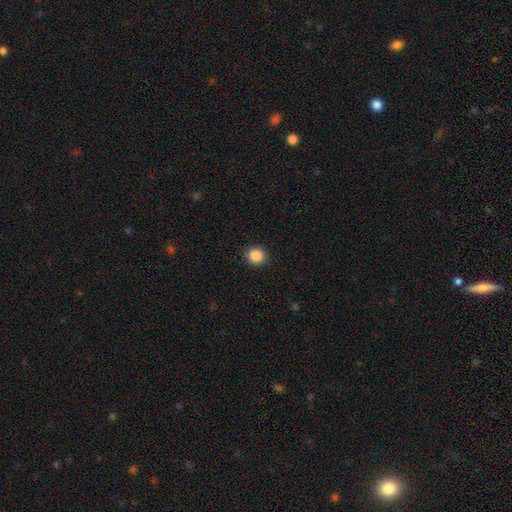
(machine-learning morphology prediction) Overall: smooth (88%). How rounded: round (86%). Merging: none (91%).